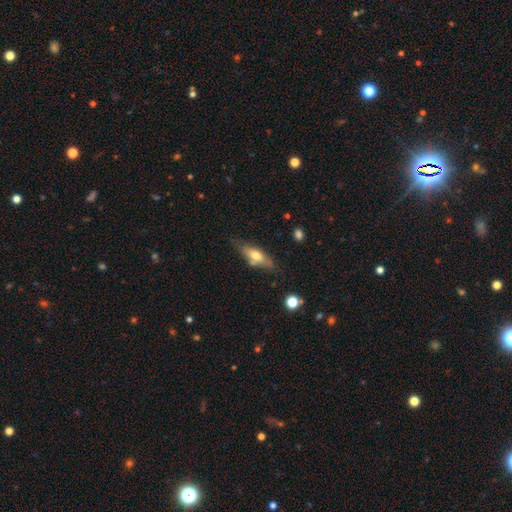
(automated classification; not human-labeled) smooth_or_featured: smooth (p=0.54) [alt: featured or disk p=0.39]
how_rounded: in between (p=0.56) [alt: cigar-shaped p=0.41]
merging: none (p=0.63) [alt: minor disturbance p=0.24]